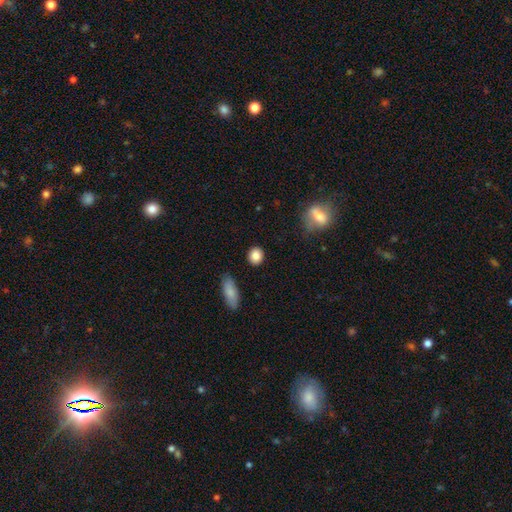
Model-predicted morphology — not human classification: This is clearly a smooth galaxy (86%). How rounded: likely round (76%). Merging: clearly none (89%).